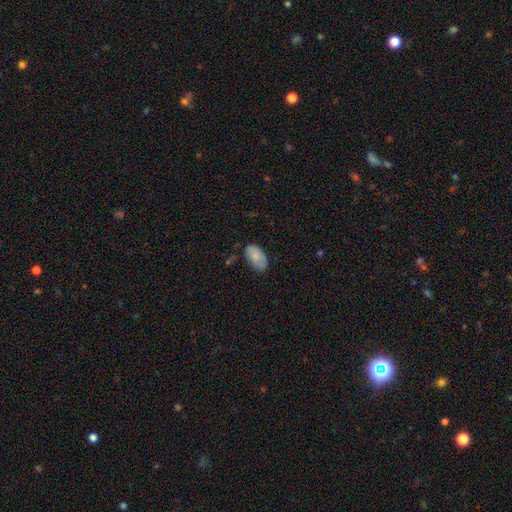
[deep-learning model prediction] Morphology: type=smooth (81%); roundness=in between (94%); merging=none (66%).